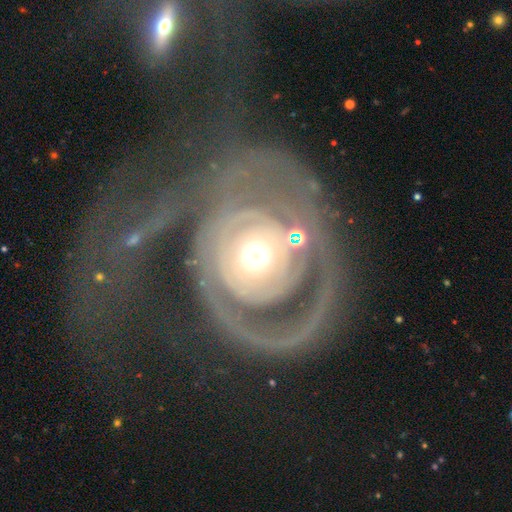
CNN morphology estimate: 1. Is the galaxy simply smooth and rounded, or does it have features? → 82% featured or disk, 12% smooth, 6% star or artifact.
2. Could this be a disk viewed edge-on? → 96% no, 4% yes.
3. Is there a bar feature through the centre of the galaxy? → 78% no, 14% weak, 8% strong.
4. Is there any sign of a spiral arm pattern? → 72% yes, 28% no.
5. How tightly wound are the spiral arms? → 56% tight, 25% medium, 19% loose.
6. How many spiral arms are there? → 32% 2, 27% can't tell, 12% 1, 11% 3, 9% 4, 9% more than 4.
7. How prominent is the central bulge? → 60% moderate, 22% large, 13% small, 4% dominant, 2% none.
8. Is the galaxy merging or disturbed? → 53% none, 28% major disturbance, 14% minor disturbance, 5% merger.